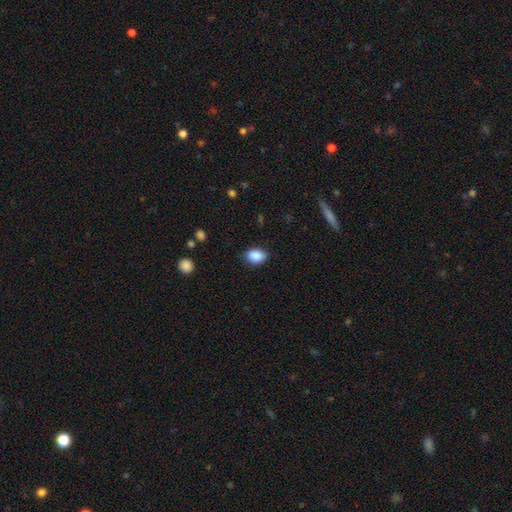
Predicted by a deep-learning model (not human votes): smooth_or_featured: smooth (p=0.88) [alt: star or artifact p=0.08]
how_rounded: in between (p=0.78) [alt: round p=0.21]
merging: none (p=0.83) [alt: minor disturbance p=0.13]